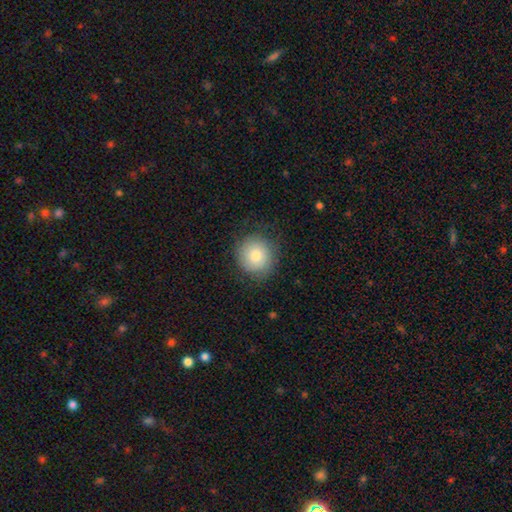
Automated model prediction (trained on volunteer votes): Smooth or featured: smooth — 77% (featured or disk — 14%)
How rounded: round — 89% (in between — 10%)
Merging: none — 80% (minor disturbance — 14%)